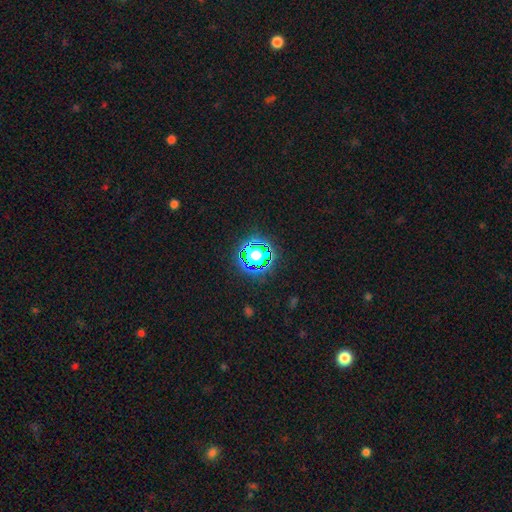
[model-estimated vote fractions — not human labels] Smooth or featured? Predicted: star or artifact (p=0.58).